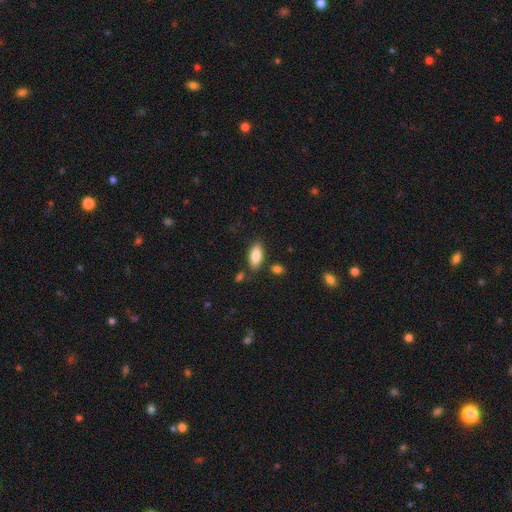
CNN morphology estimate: Smooth or featured?
  - smooth: 83% *
  - featured or disk: 10%
  - star or artifact: 7%
How rounded?
  - in between: 87% *
  - cigar-shaped: 10%
  - round: 2%
Merging?
  - none: 81% *
  - minor disturbance: 12%
  - merger: 4%
  - major disturbance: 3%